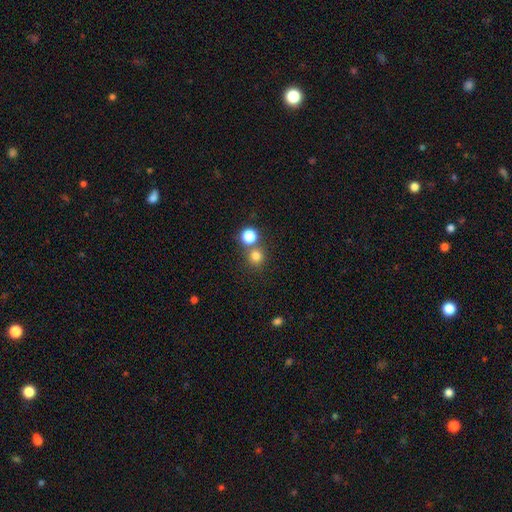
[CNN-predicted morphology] Smooth or featured: smooth — 78% (star or artifact — 15%)
How rounded: round — 91% (in between — 8%)
Merging: none — 64% (merger — 27%)